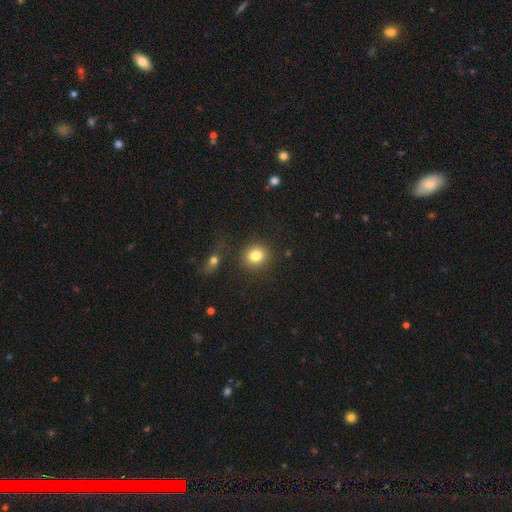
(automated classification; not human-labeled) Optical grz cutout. It shows a smooth galaxy with no disk features (82%) that is round (82%). Merging: none (82%).